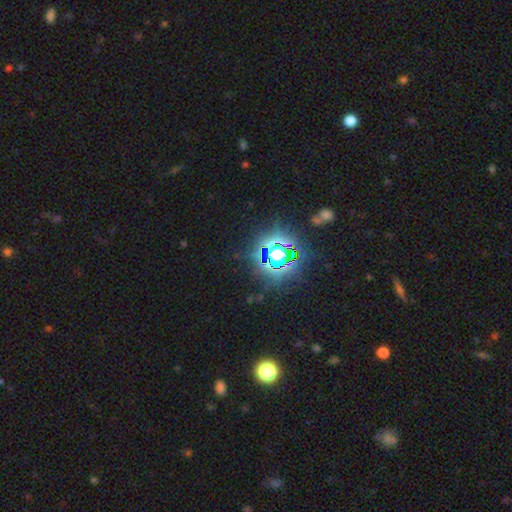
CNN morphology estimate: This appears to be a star or artifact, not a galaxy (80%).